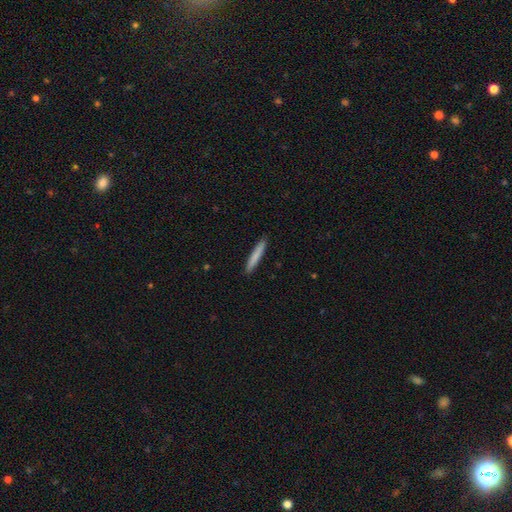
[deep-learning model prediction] smooth 81%, featured or disk 14%, star or artifact 5%. Down the decision tree: how rounded — cigar-shaped (95%); merging — none (92%).